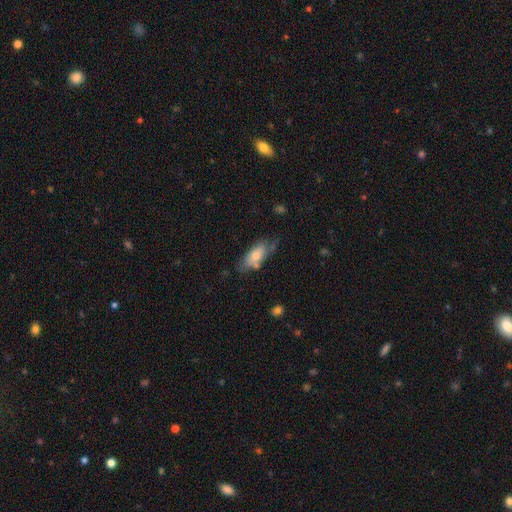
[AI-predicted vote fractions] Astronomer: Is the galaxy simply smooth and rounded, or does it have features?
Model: smooth — 70%.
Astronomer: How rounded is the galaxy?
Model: in between — 82%.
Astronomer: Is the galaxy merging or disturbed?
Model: none — 52% (runner-up: minor disturbance, 29%).